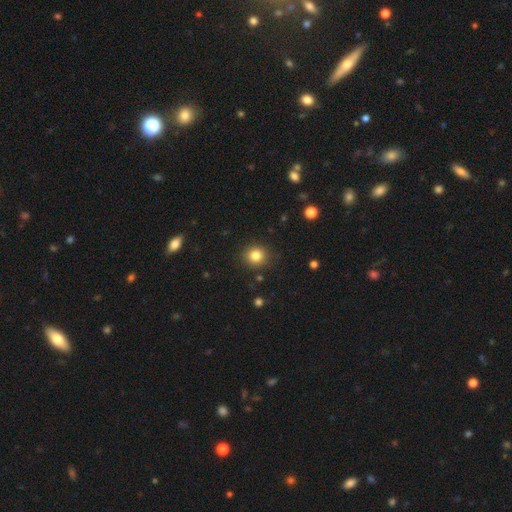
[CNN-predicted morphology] Q: Smooth or featured?
A: smooth (82%); runner-up: star or artifact (12%)
Q: How rounded?
A: round (88%); runner-up: in between (11%)
Q: Merging?
A: none (89%); runner-up: minor disturbance (8%)